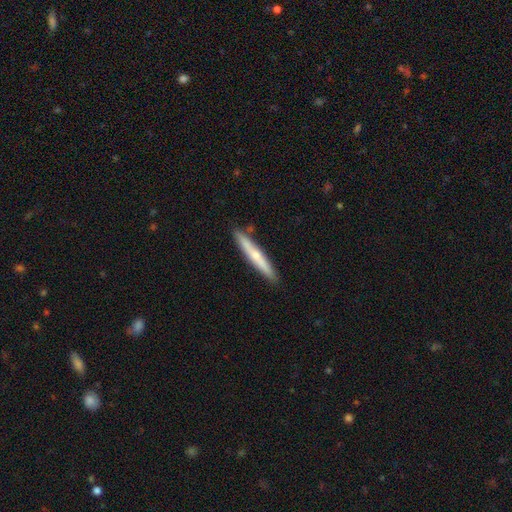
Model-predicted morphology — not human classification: A featured or disk galaxy (48%). Merging: none (88%).